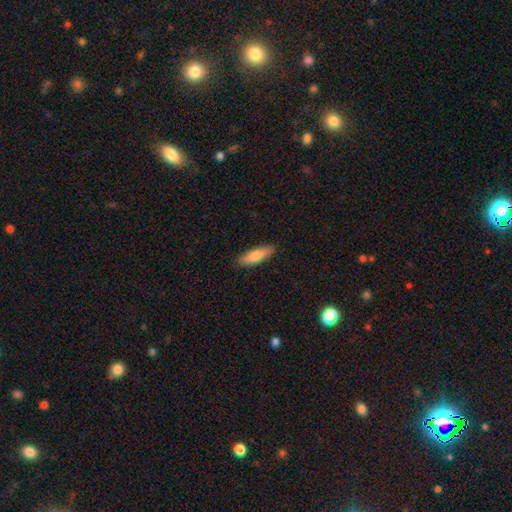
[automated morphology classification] Overall: smooth (76%). How rounded: cigar-shaped (67%; in between 31%). Merging: none (89%).